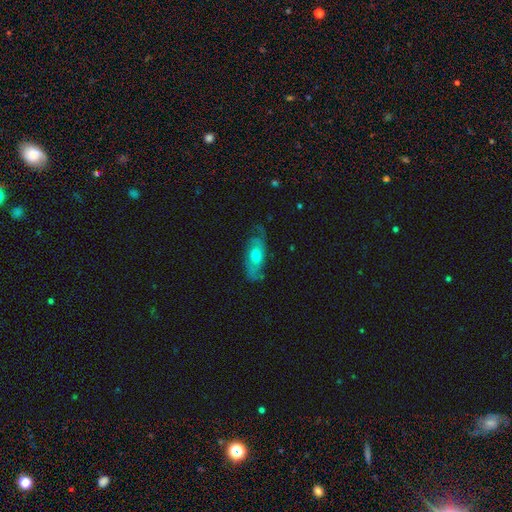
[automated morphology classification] Smooth or featured: featured or disk — 59% (smooth — 35%)
Edge-on disk: no — 85% (yes — 15%)
Bar: no — 71% (weak — 25%)
Spiral arms: yes — 79% (no — 21%)
Bulge size: moderate — 71% (large — 14%)
Merging: none — 62% (minor disturbance — 25%)